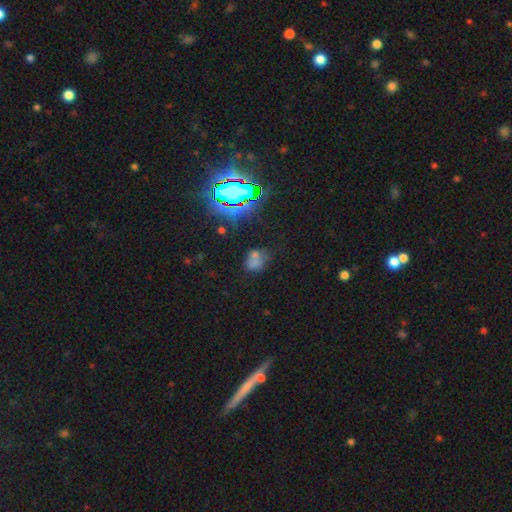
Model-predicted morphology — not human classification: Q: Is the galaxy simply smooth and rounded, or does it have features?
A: smooth — 51%.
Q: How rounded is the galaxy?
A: in between — 51%.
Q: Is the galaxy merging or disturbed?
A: none — 50%.